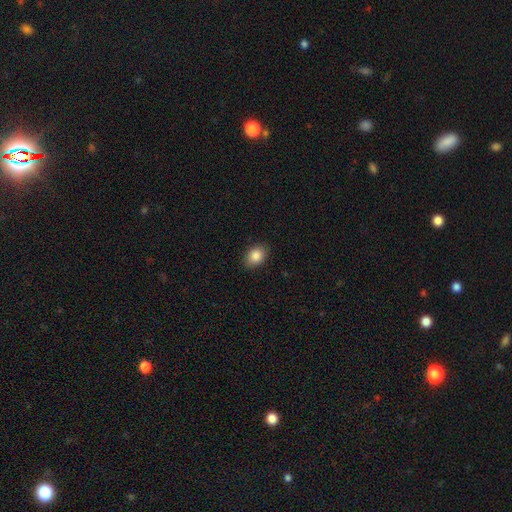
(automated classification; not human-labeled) Smooth or featured? smooth (86%)
How rounded? in between (75%)
Merging? none (87%)